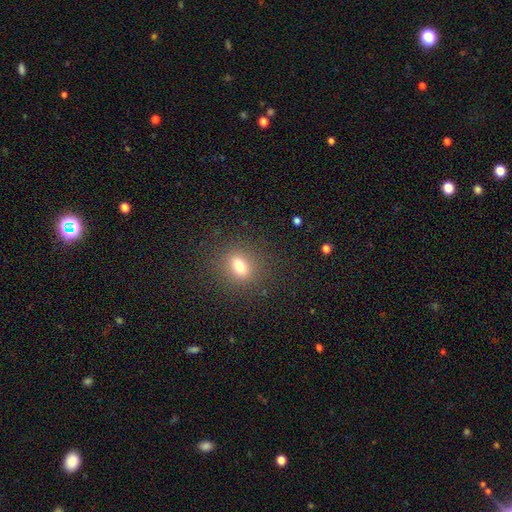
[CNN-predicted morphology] This is likely a smooth galaxy (67%). How rounded: likely round (71%). Merging: clearly none (91%).